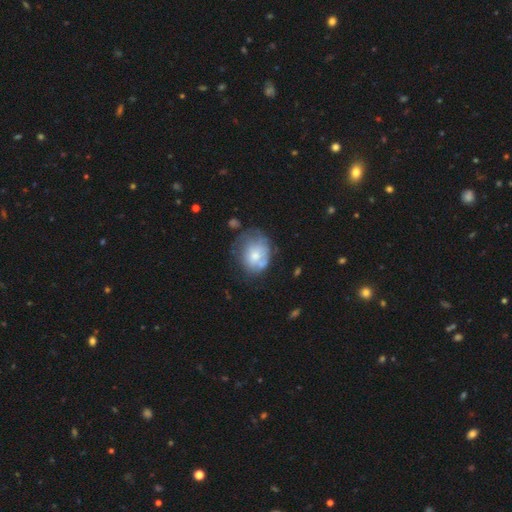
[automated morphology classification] smooth 53%, featured or disk 38%, star or artifact 9%. Down the decision tree: how rounded — round (58%); merging — none (42%).